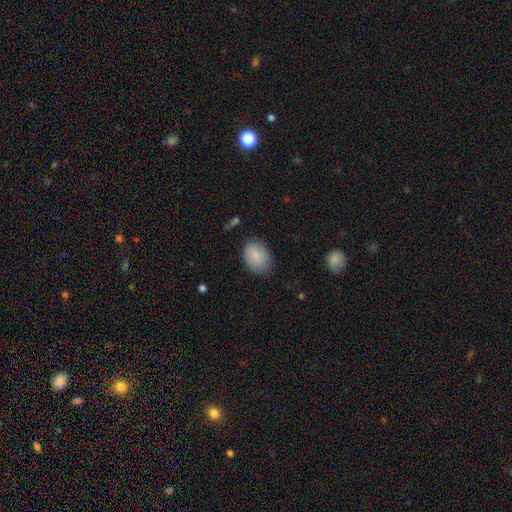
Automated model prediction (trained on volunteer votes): Overall: smooth (85%). How rounded: in between (71%). Merging: none (73%).